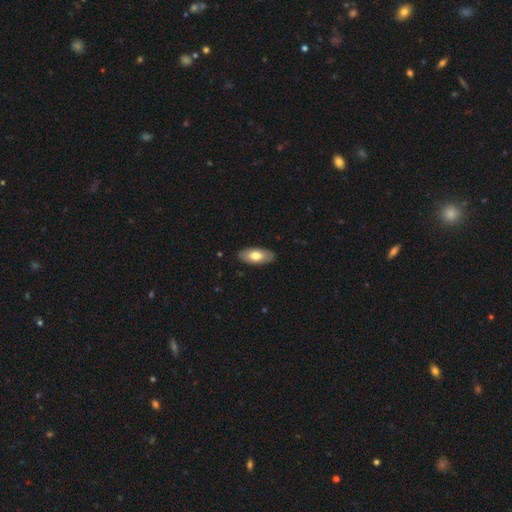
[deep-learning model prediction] smooth 69%, featured or disk 26%, star or artifact 5%. Down the decision tree: how rounded — in between (91%); merging — none (88%).